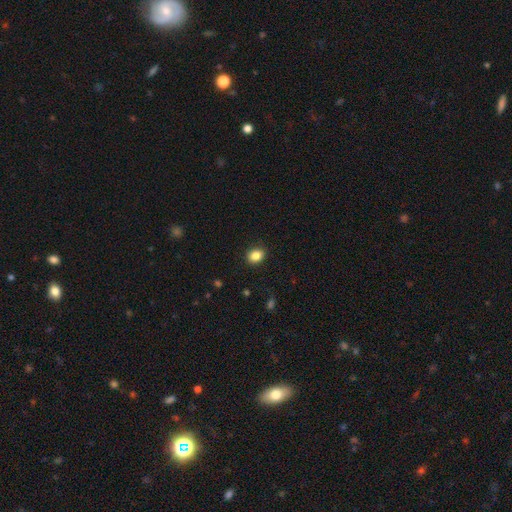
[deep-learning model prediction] A smooth galaxy with no disk features (86%) that is in between round and cigar-shaped (51%). Merging: none (89%).